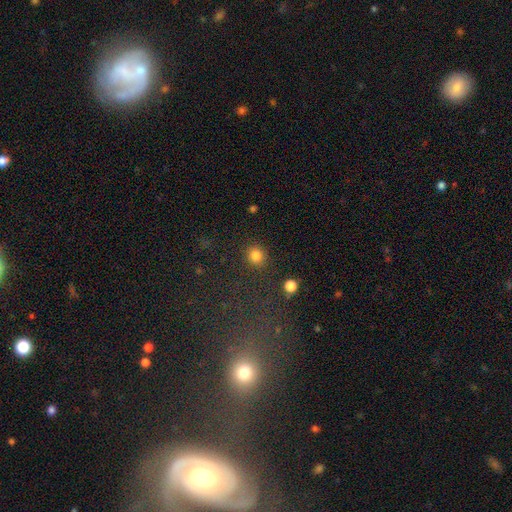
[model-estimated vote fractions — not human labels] This appears to be a smooth galaxy with no disk features (83%) that is round (88%). Merging: none (89%).